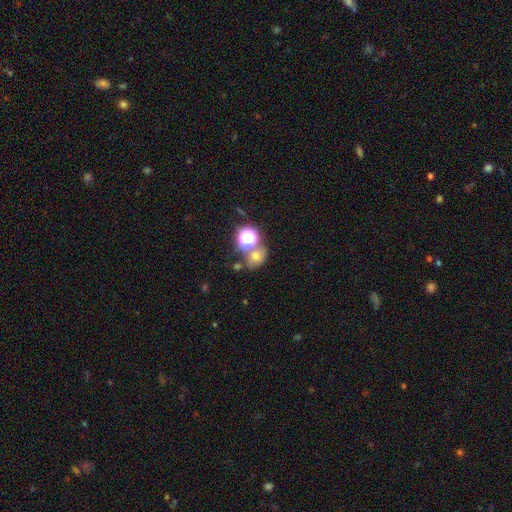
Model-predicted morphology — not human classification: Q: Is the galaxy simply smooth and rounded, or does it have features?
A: smooth — 59%.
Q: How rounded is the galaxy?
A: round — 53%.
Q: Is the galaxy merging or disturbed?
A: none — 56%.